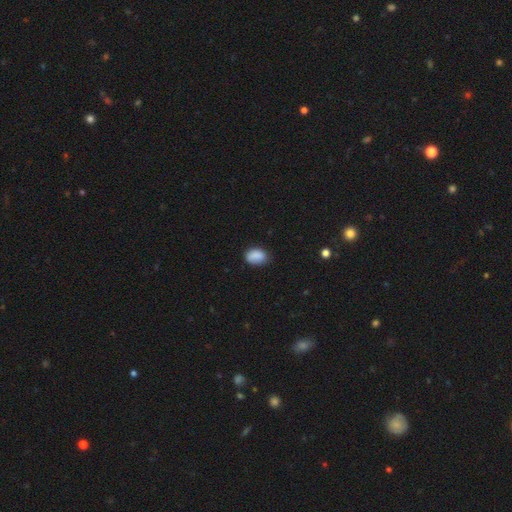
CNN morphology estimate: The model was most divided on "merging": none: 73%, minor disturbance: 21%, major disturbance: 4%, merger: 2%. More confident: smooth or featured — smooth (86%); how rounded — in between (80%).